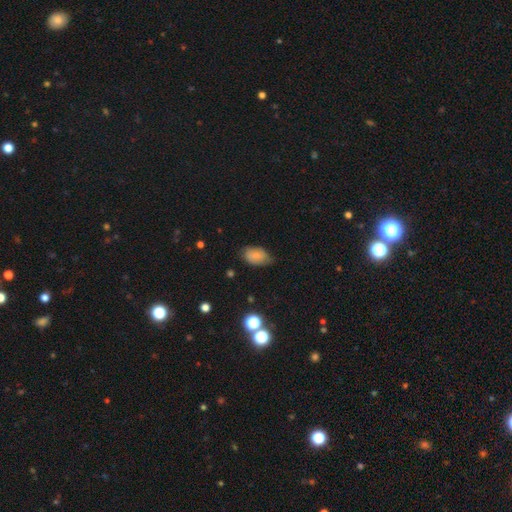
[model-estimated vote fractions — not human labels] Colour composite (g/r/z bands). It shows a smooth galaxy with no disk features (74%) that is in between round and cigar-shaped (90%). Merging: none (62%).